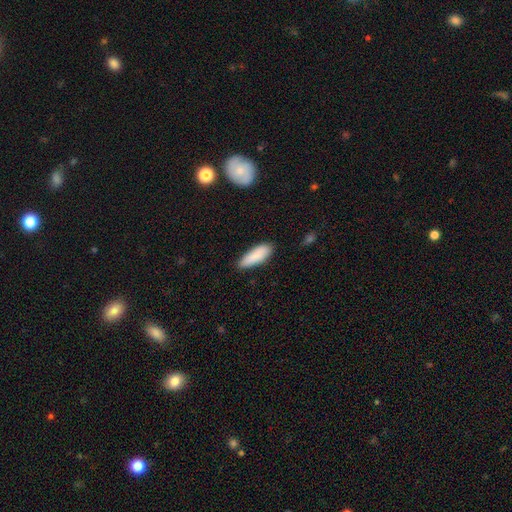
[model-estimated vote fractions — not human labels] Smooth or featured? Predicted: smooth (p=0.88). How rounded? Predicted: in between (p=0.61). Merging? Predicted: none (p=0.83).